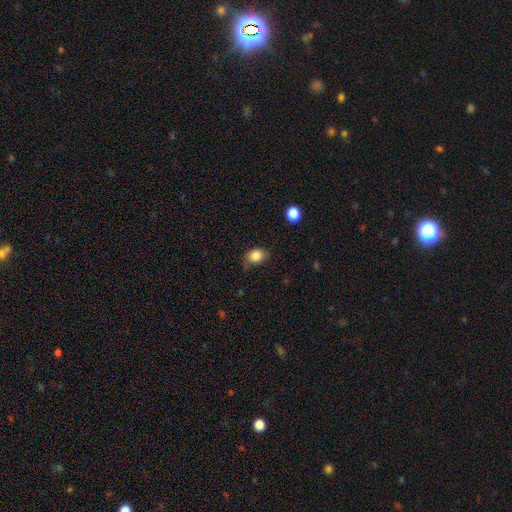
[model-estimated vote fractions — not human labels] smooth 85%, star or artifact 10%, featured or disk 6%. Down the decision tree: how rounded — in between (59%); merging — none (68%).